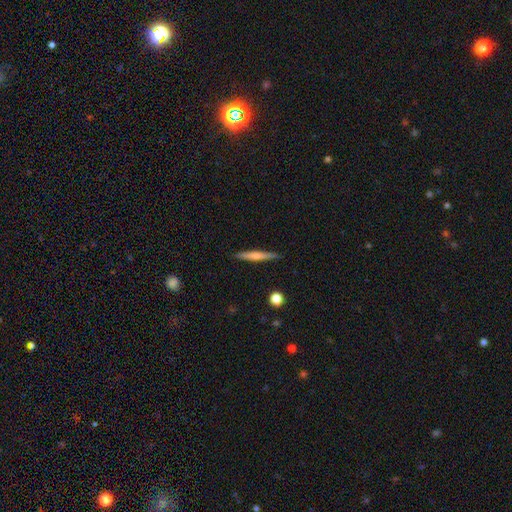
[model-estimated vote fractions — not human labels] This appears to be a smooth galaxy with no disk features (51%) that is cigar-shaped (95%). Merging: none (89%).